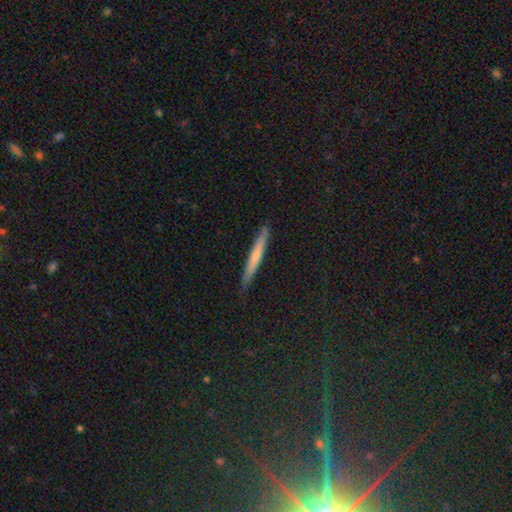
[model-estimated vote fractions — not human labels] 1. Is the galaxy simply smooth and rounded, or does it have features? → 58% smooth, 35% featured or disk, 7% star or artifact.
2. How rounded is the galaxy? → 96% cigar-shaped, 3% in between, 1% round.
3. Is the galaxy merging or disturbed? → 87% none, 10% minor disturbance, 2% major disturbance, 1% merger.